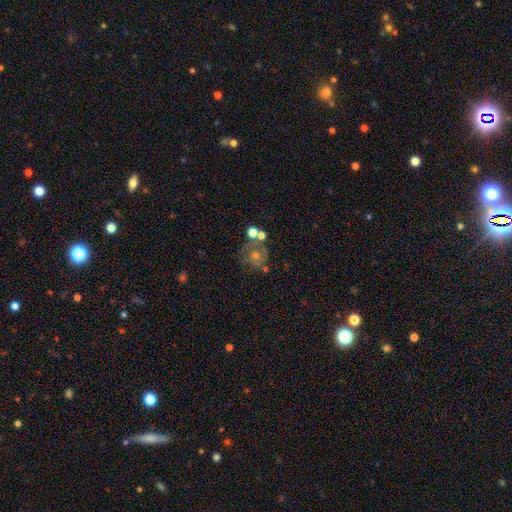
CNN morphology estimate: This appears to be a featured or disk galaxy (46%). Merging: none (59%).